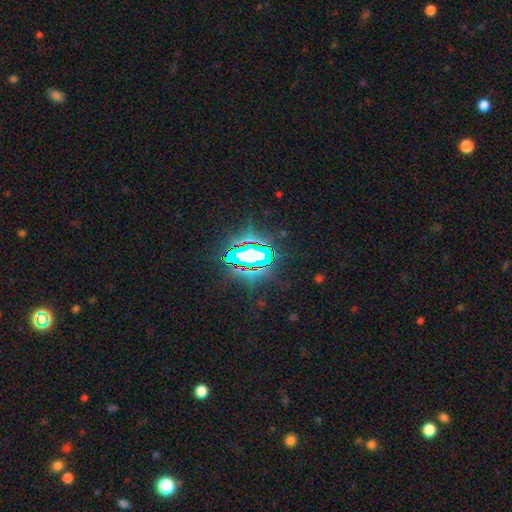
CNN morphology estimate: Q: Smooth or featured?
A: star or artifact (74%); runner-up: featured or disk (13%)